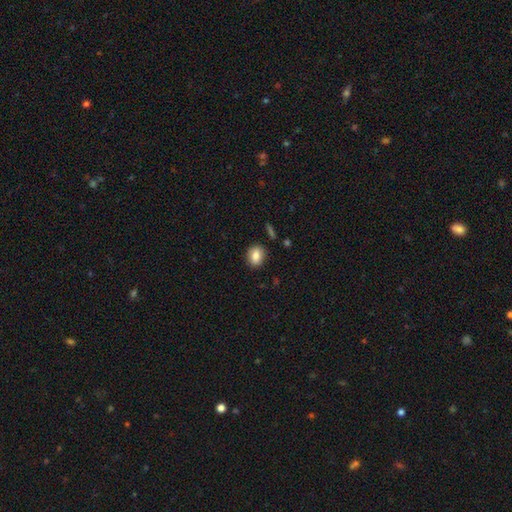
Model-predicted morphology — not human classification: smooth 84%, star or artifact 9%, featured or disk 7%. Down the decision tree: how rounded — in between (51%); merging — none (86%).